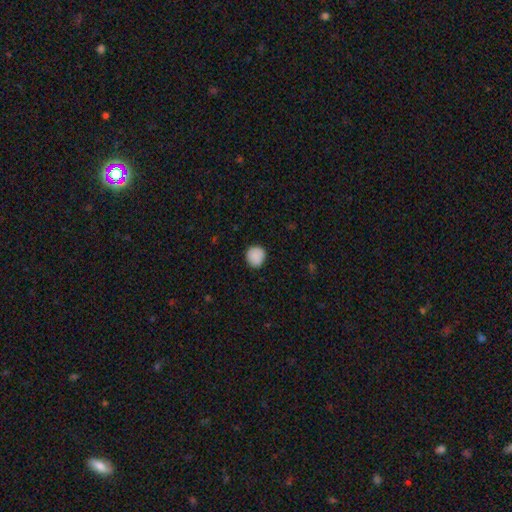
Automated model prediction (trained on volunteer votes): Smooth or featured? smooth (89%)
How rounded? round (89%)
Merging? none (88%)